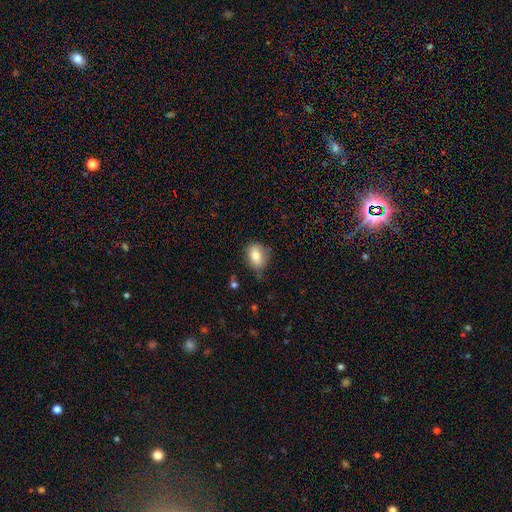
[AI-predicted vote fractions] The model was most divided on "merging": none: 65%, minor disturbance: 27%, major disturbance: 6%, merger: 2%. More confident: smooth or featured — smooth (79%); how rounded — in between (68%).